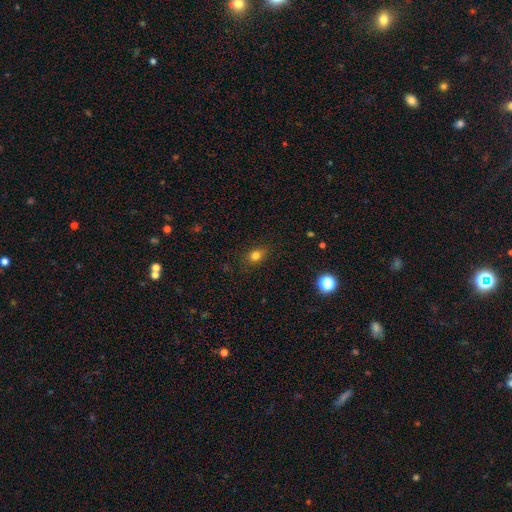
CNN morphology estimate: smooth-or-featured: smooth: 78% | star or artifact: 14% | featured or disk: 8%
  how-rounded: in between: 52% | round: 46% | cigar-shaped: 2%
  merging: none: 84% | minor disturbance: 12% | major disturbance: 3% | merger: 1%